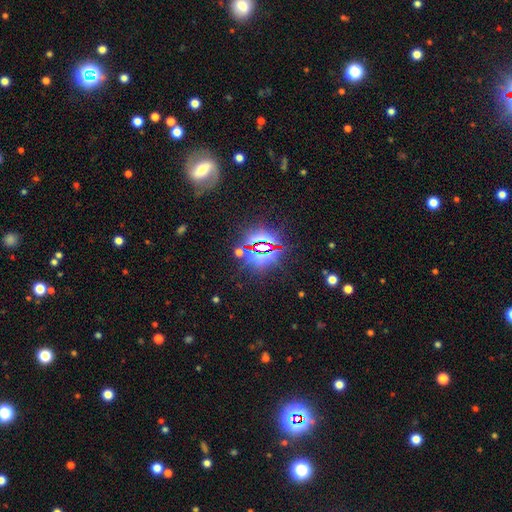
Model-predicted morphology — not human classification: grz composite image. It shows a star or artifact, not a galaxy (72%).